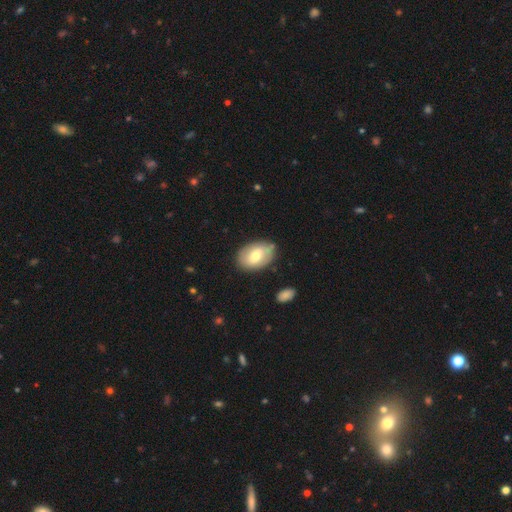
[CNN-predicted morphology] This appears to be a smooth galaxy with no disk features (60%) that is in between round and cigar-shaped (86%). Merging: none (80%).